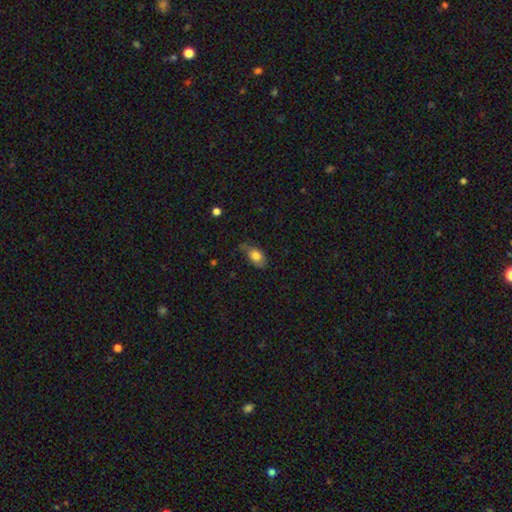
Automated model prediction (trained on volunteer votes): Smooth or featured?
  - smooth: 78% *
  - featured or disk: 14%
  - star or artifact: 8%
How rounded?
  - in between: 86% *
  - round: 10%
  - cigar-shaped: 4%
Merging?
  - none: 58% *
  - minor disturbance: 32%
  - major disturbance: 8%
  - merger: 3%